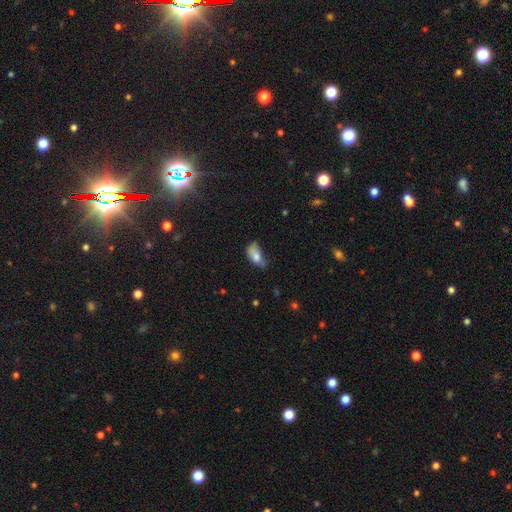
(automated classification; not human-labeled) Smooth or featured?
  - smooth: 74% *
  - featured or disk: 17%
  - star or artifact: 9%
How rounded?
  - in between: 88% *
  - cigar-shaped: 7%
  - round: 6%
Merging?
  - minor disturbance: 41% *
  - none: 29%
  - major disturbance: 26%
  - merger: 5%